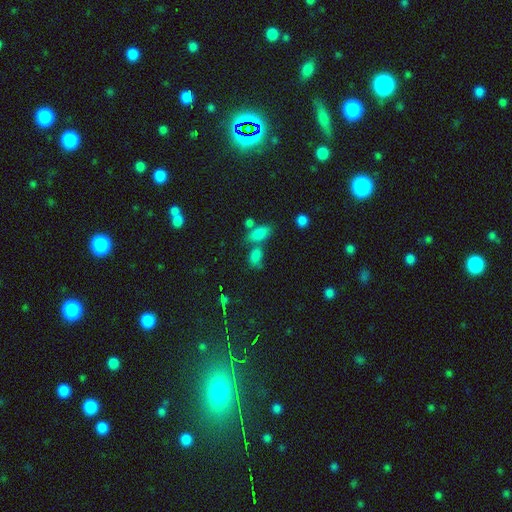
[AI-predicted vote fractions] Smooth or featured: smooth — 73% (star or artifact — 18%)
How rounded: in between — 80% (round — 15%)
Merging: none — 41% (merger — 37%)